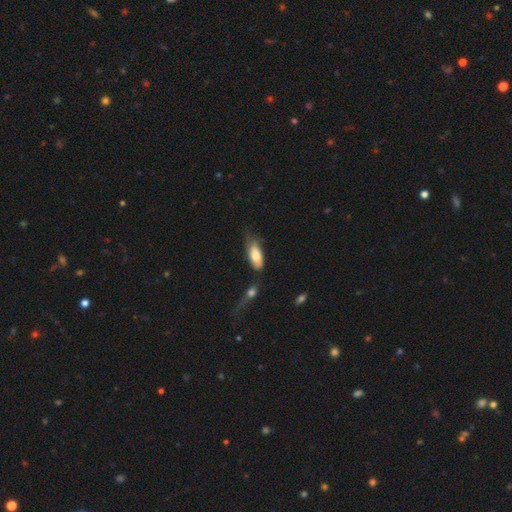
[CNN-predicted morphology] Smooth or featured: smooth — 75% (featured or disk — 19%)
How rounded: in between — 81% (cigar-shaped — 16%)
Merging: none — 41% (minor disturbance — 31%)